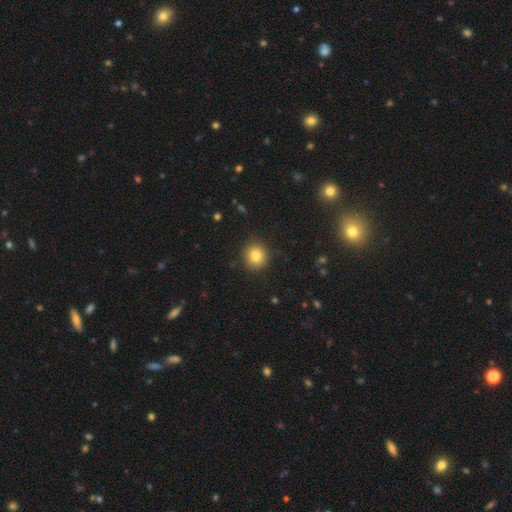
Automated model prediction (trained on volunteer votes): Smooth or featured? Predicted: smooth (p=0.82). How rounded? Predicted: round (p=0.91). Merging? Predicted: none (p=0.89).